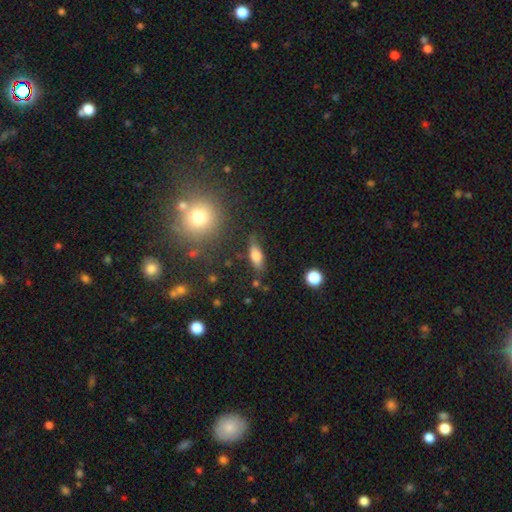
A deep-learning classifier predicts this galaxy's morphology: Overall: smooth (71%). How rounded: in between (66%; cigar-shaped 29%). Merging: none (72%).